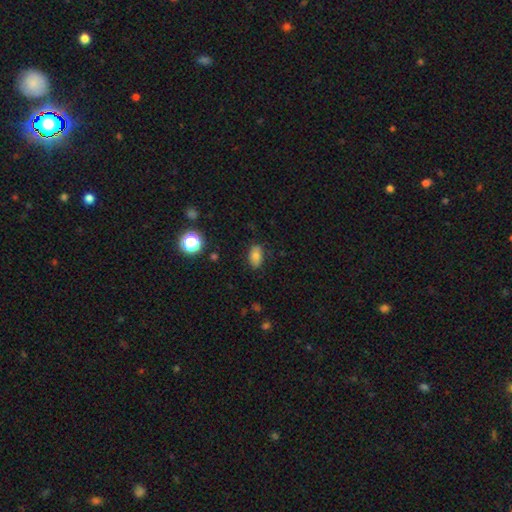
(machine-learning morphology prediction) Smooth or featured? smooth (78%)
How rounded? in between (88%)
Merging? none (84%)